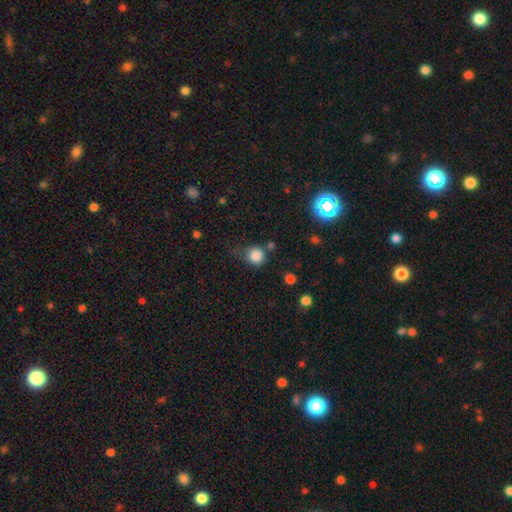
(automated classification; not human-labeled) This is clearly a smooth galaxy (83%). How rounded: clearly round (88%). Merging: likely none (62%).